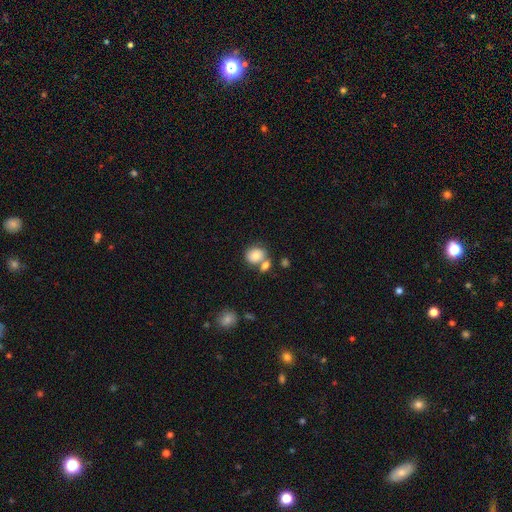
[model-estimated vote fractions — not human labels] Smooth or featured?
  - smooth: 79% *
  - featured or disk: 12%
  - star or artifact: 8%
How rounded?
  - round: 60% *
  - in between: 38%
  - cigar-shaped: 1%
Merging?
  - none: 47% *
  - merger: 36%
  - minor disturbance: 13%
  - major disturbance: 5%